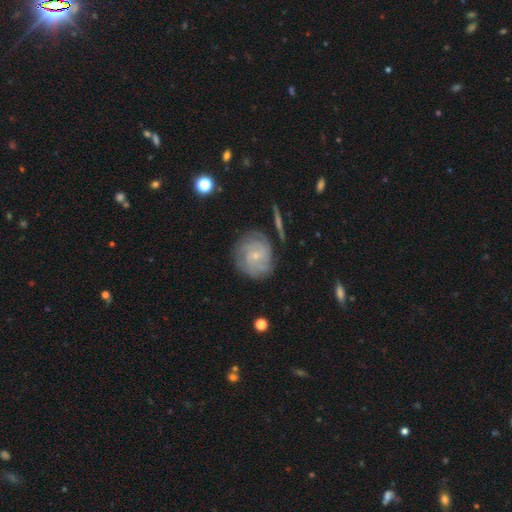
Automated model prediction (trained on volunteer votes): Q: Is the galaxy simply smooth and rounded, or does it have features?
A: featured or disk — 79%.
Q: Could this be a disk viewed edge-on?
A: no — 97%.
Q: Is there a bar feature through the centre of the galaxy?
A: no — 65%.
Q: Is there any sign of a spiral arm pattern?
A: yes — 94%.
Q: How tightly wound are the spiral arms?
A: tight — 66%.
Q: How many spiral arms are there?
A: can't tell — 28%.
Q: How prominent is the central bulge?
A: small — 80%.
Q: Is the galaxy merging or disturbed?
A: none — 76%.